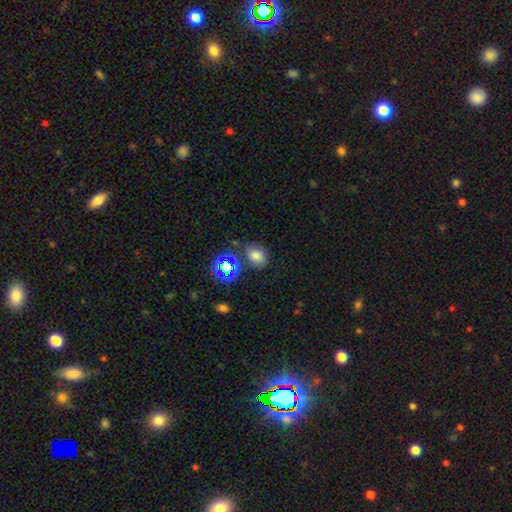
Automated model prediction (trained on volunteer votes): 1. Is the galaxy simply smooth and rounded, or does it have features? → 72% smooth, 20% star or artifact, 8% featured or disk.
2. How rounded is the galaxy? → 62% in between, 37% round, 1% cigar-shaped.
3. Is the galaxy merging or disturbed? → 72% none, 16% minor disturbance, 7% merger, 5% major disturbance.